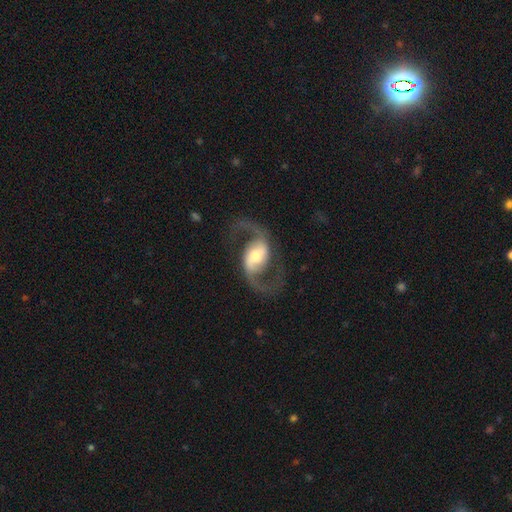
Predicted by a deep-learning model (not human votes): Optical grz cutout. It shows a featured or disk galaxy (91%) with a weak bar (40%), 2 (94%) loose (56%) spiral arms (97%) and a moderate central bulge (60%). Merging: none (80%).